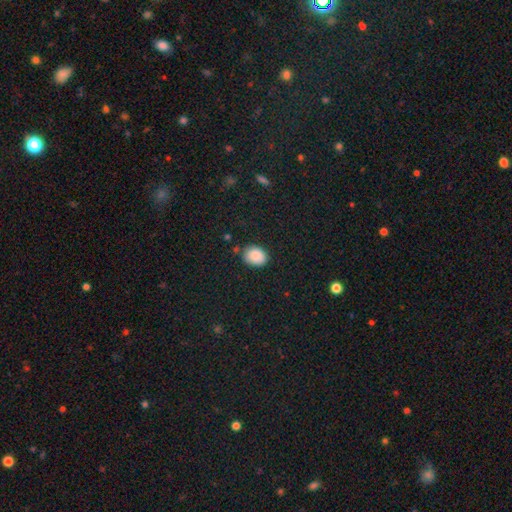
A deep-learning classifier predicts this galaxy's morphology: Smooth or featured?
  - smooth: 88% *
  - star or artifact: 8%
  - featured or disk: 4%
How rounded?
  - in between: 59% *
  - round: 40%
  - cigar-shaped: 1%
Merging?
  - none: 80% *
  - minor disturbance: 15%
  - major disturbance: 3%
  - merger: 3%